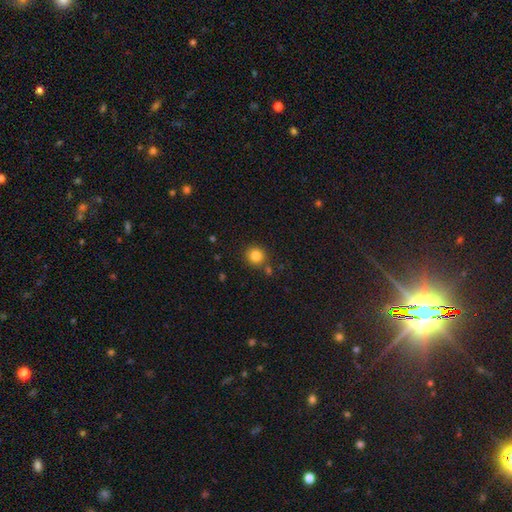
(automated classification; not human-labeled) Overall: smooth (83%). How rounded: round (92%). Merging: none (82%).